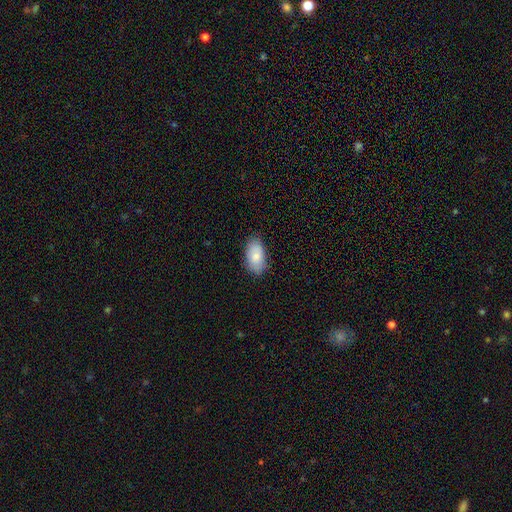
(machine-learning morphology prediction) Smooth or featured? smooth (81%)
How rounded? in between (94%)
Merging? none (81%)